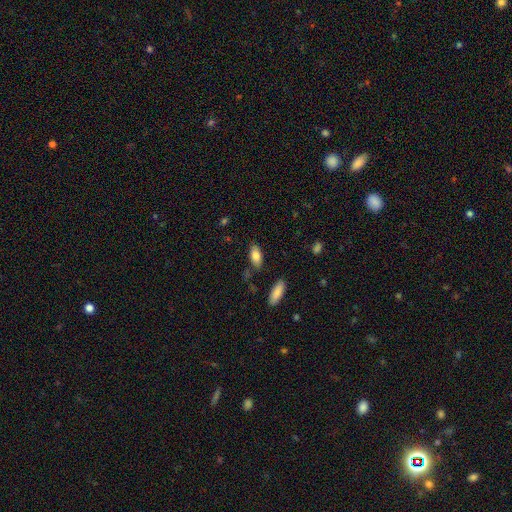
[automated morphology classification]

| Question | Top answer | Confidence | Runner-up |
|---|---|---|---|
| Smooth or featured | smooth | 81% | featured or disk (12%) |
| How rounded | in between | 87% | cigar-shaped (11%) |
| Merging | none | 80% | minor disturbance (13%) |